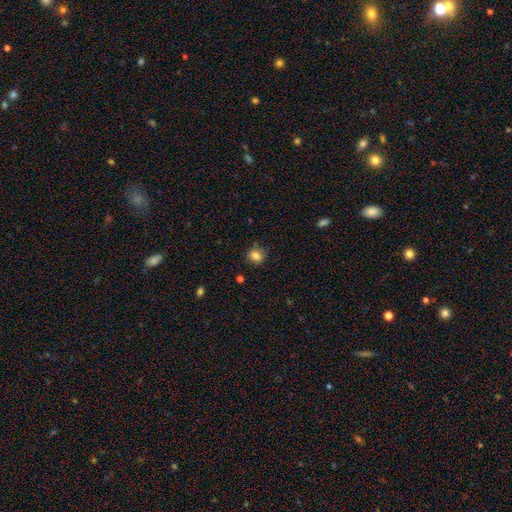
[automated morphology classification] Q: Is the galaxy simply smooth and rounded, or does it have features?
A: smooth — 82%.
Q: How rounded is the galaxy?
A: round — 66%.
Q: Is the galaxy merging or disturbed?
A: none — 72%.